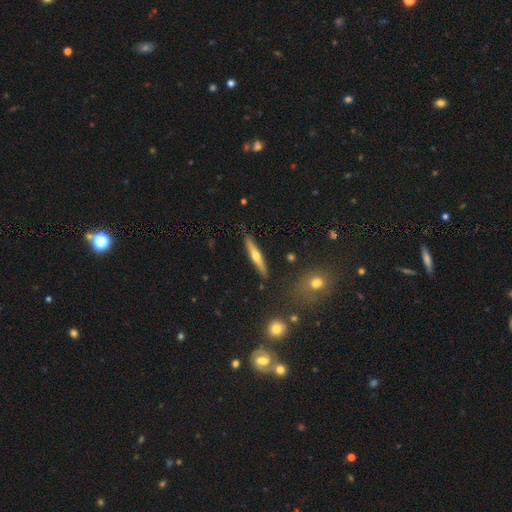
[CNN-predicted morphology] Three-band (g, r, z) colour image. It shows a featured or disk galaxy (52%) viewed edge-on (95%). Merging: none (89%).